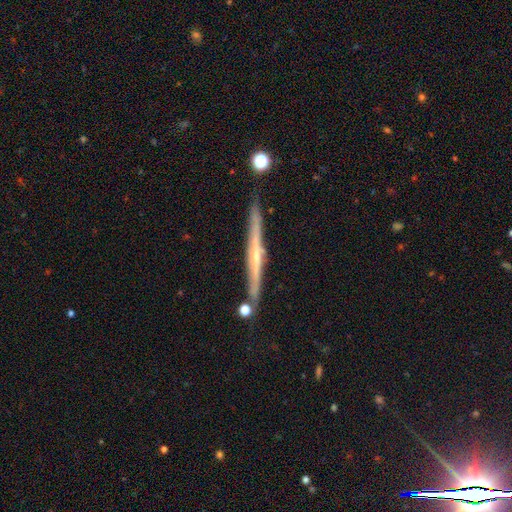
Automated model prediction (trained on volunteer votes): Smooth or featured? featured or disk (74%)
Edge-on disk? yes (97%)
Edge-on bulge? rounded (52%)
Merging? none (85%)